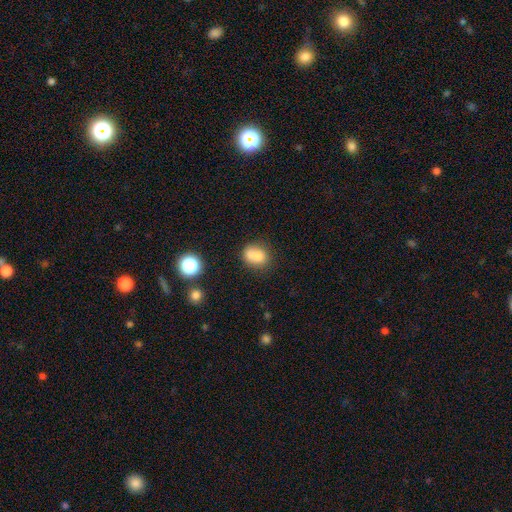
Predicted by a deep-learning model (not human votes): Smooth or featured: smooth — 73% (featured or disk — 16%)
How rounded: round — 57% (in between — 41%)
Merging: merger — 40% (none — 39%)